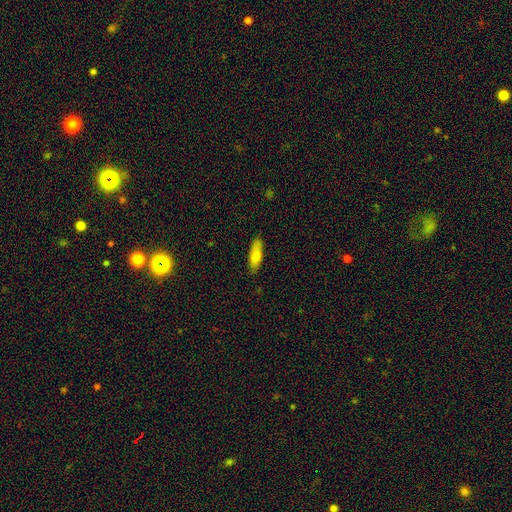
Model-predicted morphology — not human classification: This is clearly a smooth galaxy (82%). How rounded: possibly in between (53%). Merging: clearly none (84%).